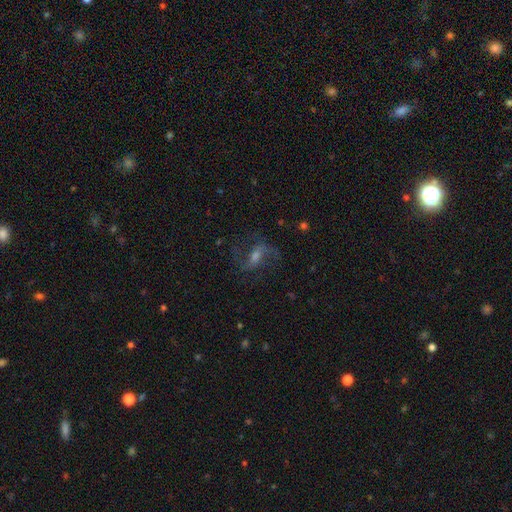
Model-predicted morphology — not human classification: A featured or disk galaxy (72%) with a weak bar (47%), 2 (86%) loose (51%) spiral arms (92%) and a moderate central bulge (47%). Merging: none (70%).